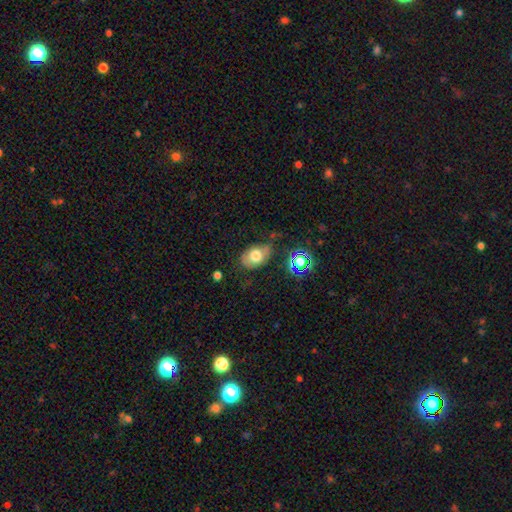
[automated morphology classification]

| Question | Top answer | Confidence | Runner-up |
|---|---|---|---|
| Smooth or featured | smooth | 70% | featured or disk (19%) |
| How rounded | in between | 81% | round (18%) |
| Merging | none | 61% | minor disturbance (27%) |